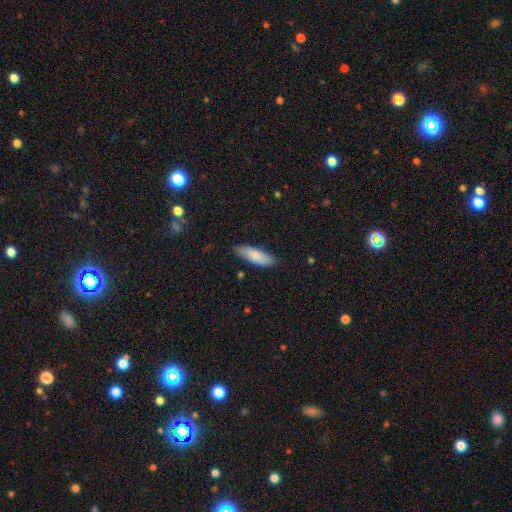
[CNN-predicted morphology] This is clearly a smooth galaxy (80%). How rounded: likely in between (60%). Merging: clearly none (81%).